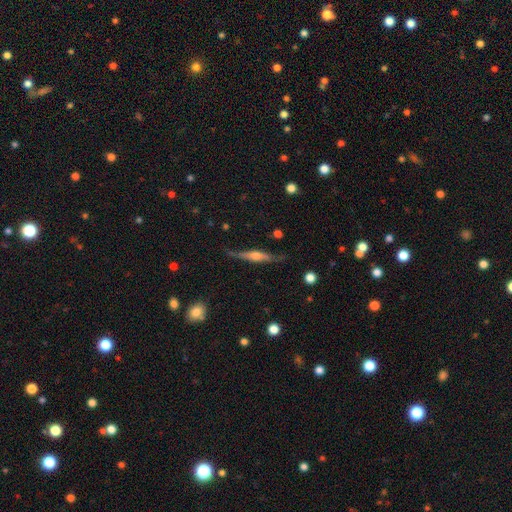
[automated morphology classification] smooth_or_featured: featured or disk (p=0.74) [alt: smooth p=0.20]
disk_edge_on: yes (p=0.95) [alt: no p=0.05]
edge_on_bulge: rounded (p=0.81) [alt: boxy p=0.13]
merging: none (p=0.78) [alt: minor disturbance p=0.17]